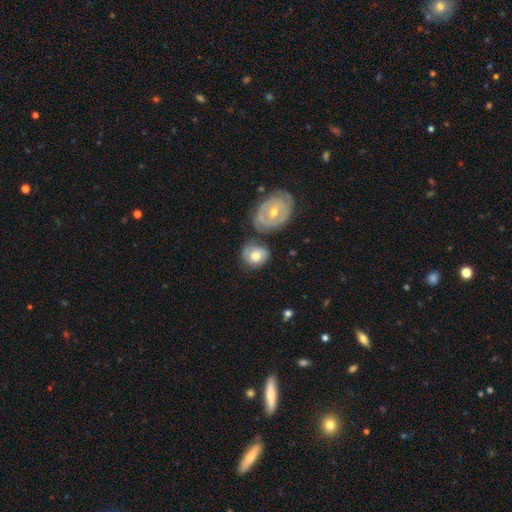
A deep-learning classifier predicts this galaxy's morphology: A smooth galaxy with no disk features (57%) that is round (66%).

Vote fractions:
- Smooth or featured? smooth: 57% / featured or disk: 36% / star or artifact: 7%
- How rounded? round: 66% / in between: 33% / cigar-shaped: 1%
- Merging? none: 48% / merger: 23% / minor disturbance: 20% / major disturbance: 9%